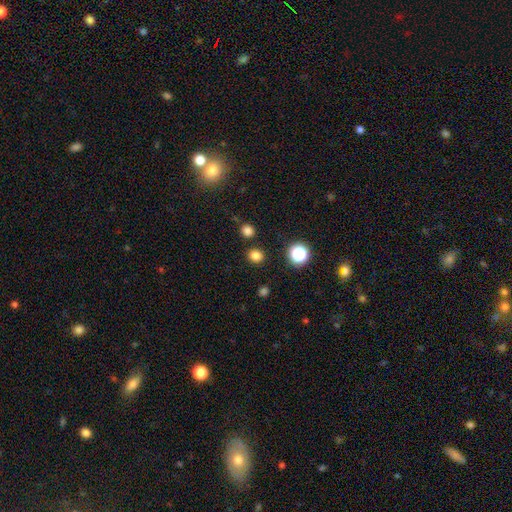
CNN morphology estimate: A smooth galaxy with no disk features (81%) that is round (85%).

Vote fractions:
- Smooth or featured? smooth: 81% / star or artifact: 16% / featured or disk: 4%
- How rounded? round: 85% / in between: 14% / cigar-shaped: 1%
- Merging? none: 88% / minor disturbance: 6% / merger: 4% / major disturbance: 2%